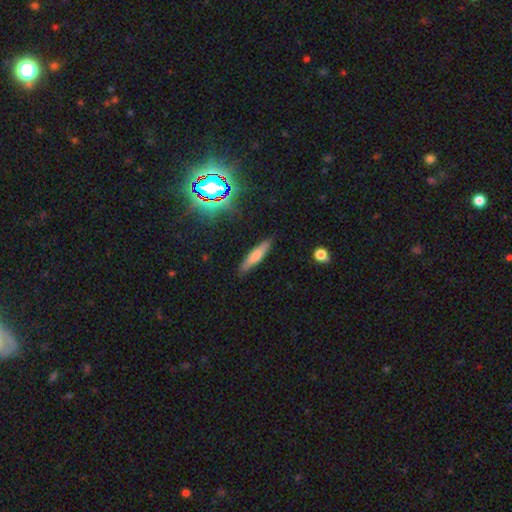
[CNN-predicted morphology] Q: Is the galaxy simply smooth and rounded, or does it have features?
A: smooth — 68%.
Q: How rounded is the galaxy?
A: cigar-shaped — 81%.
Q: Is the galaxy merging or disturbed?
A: none — 87%.